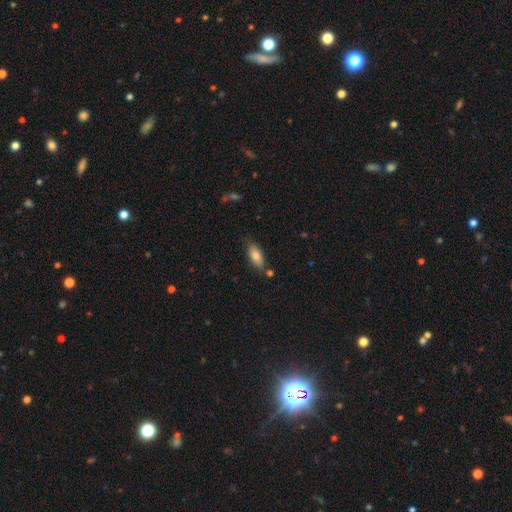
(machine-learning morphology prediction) The model was most divided on "merging": none: 74%, minor disturbance: 17%, merger: 6%, major disturbance: 3%. More confident: how rounded — in between (81%); smooth or featured — smooth (80%).